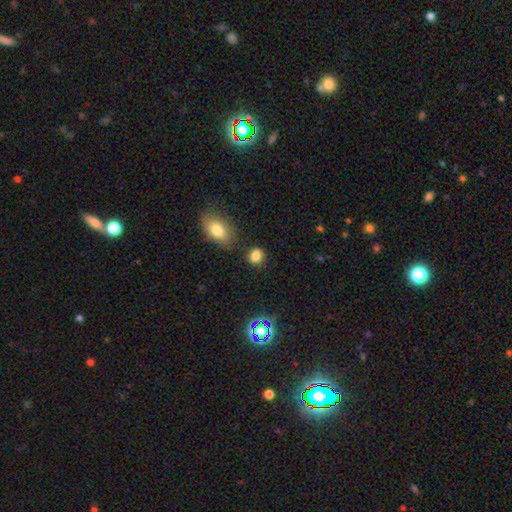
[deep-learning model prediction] This is clearly a smooth galaxy (83%). How rounded: likely round (71%). Merging: clearly none (82%).